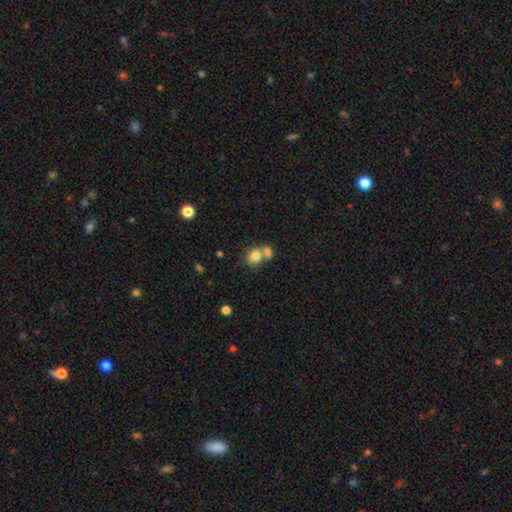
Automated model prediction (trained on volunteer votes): smooth 81%, star or artifact 10%, featured or disk 9%. Down the decision tree: how rounded — round (62%); merging — merger (47%).